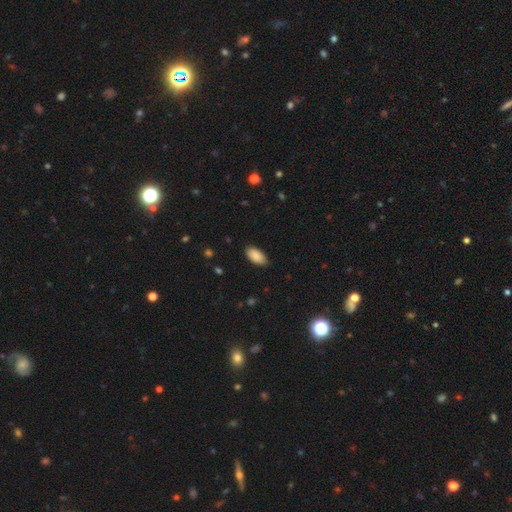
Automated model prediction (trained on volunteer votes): This appears to be a smooth galaxy with no disk features (89%) that is in between round and cigar-shaped (95%). Merging: none (86%).